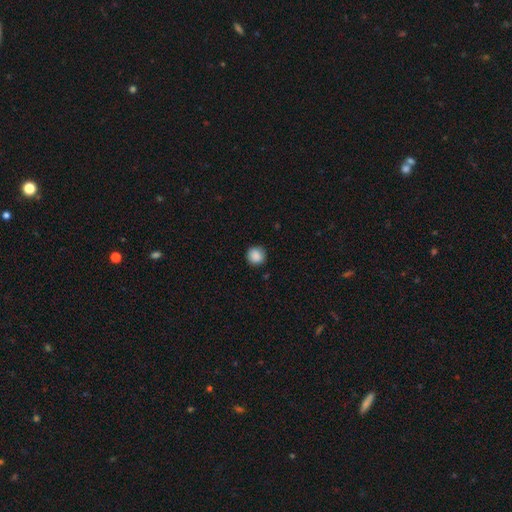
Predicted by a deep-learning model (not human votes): smooth-or-featured: smooth: 88% | star or artifact: 9% | featured or disk: 3%
  how-rounded: round: 91% | in between: 8% | cigar-shaped: 1%
  merging: none: 87% | minor disturbance: 10% | major disturbance: 2% | merger: 1%